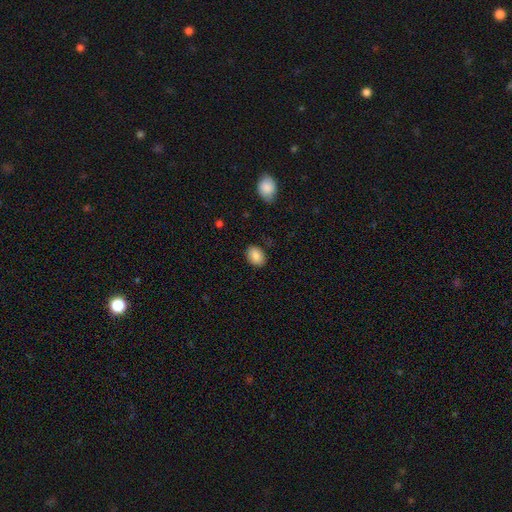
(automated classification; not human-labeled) A smooth galaxy with no disk features (87%) that is in between round and cigar-shaped (77%). Merging: none (86%).